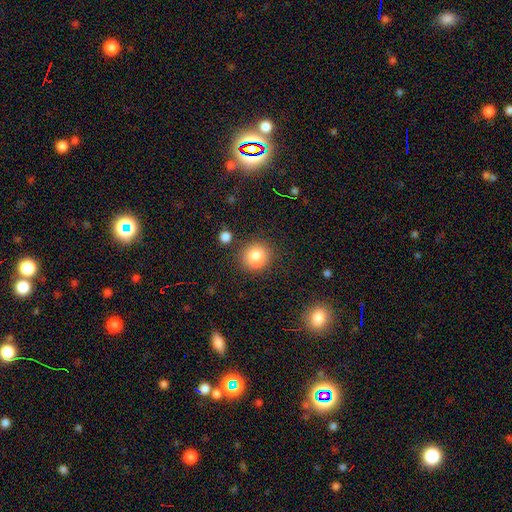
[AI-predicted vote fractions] Smooth or featured? smooth (82%)
How rounded? round (82%)
Merging? none (75%)